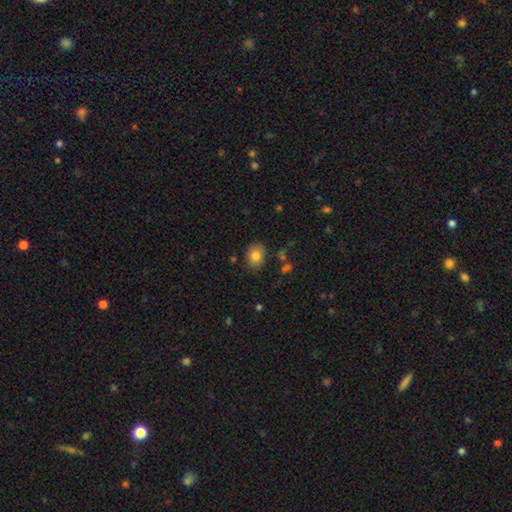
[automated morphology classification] Smooth or featured: smooth — 82% (featured or disk — 9%)
How rounded: in between — 66% (round — 33%)
Merging: none — 82% (minor disturbance — 13%)